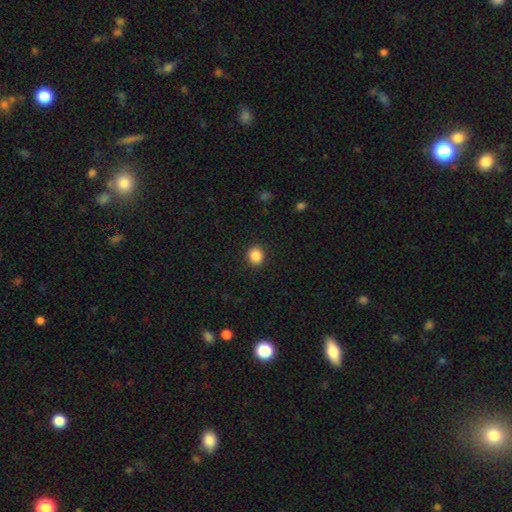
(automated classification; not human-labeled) This is clearly a smooth galaxy (87%). How rounded: clearly round (83%). Merging: clearly none (91%).